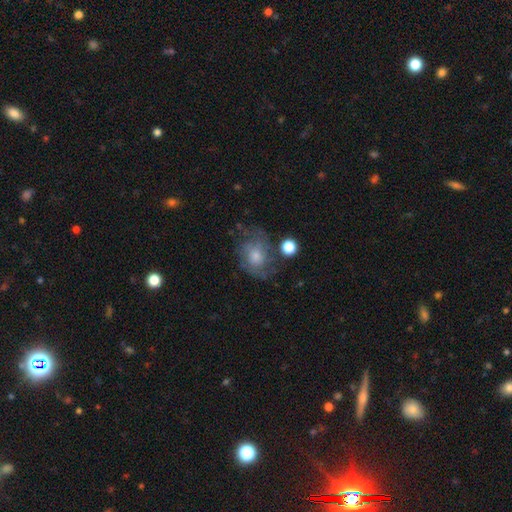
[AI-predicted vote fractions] Smooth or featured? Predicted: featured or disk (p=0.59). Edge-on disk? Predicted: no (p=0.97). Bar? Predicted: no (p=0.75). Spiral arms? Predicted: yes (p=0.79). Bulge size? Predicted: moderate (p=0.46). Merging? Predicted: none (p=0.61).